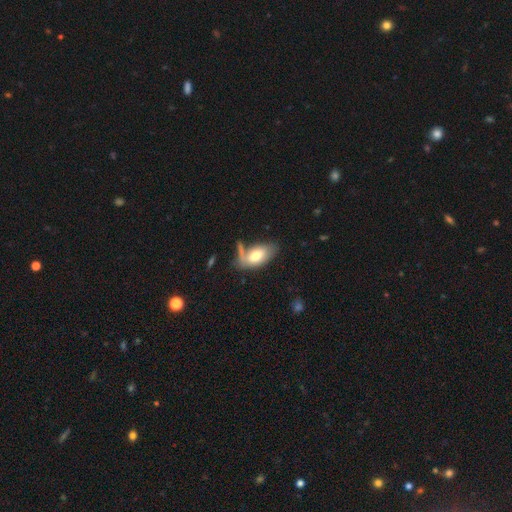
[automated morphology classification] type=smooth (70%); roundness=in between (92%); merging=none (46%).